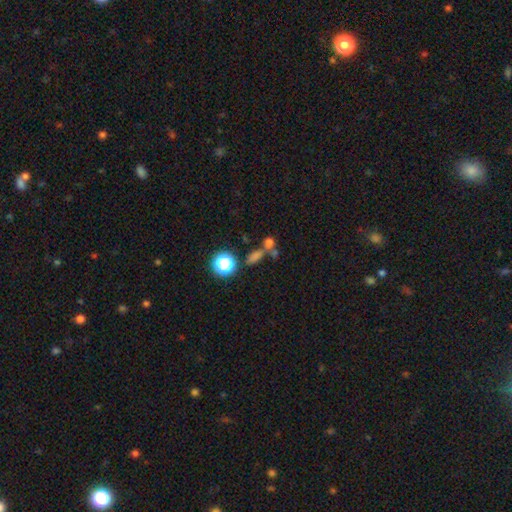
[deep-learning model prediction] Smooth or featured?
  - smooth: 45% *
  - star or artifact: 41%
  - featured or disk: 13%
Merging?
  - none: 52% *
  - merger: 33%
  - minor disturbance: 9%
  - major disturbance: 6%